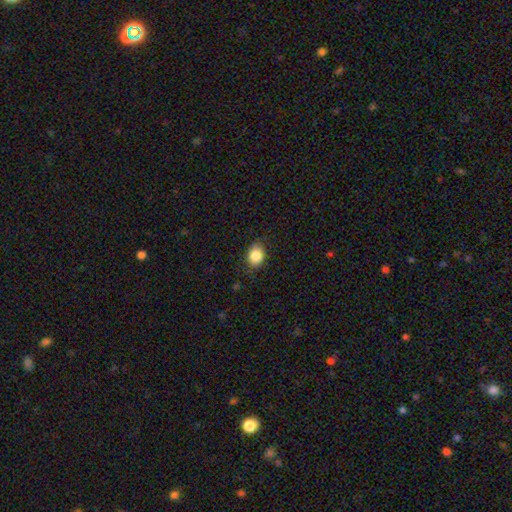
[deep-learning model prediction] Smooth or featured? Predicted: smooth (p=0.85). How rounded? Predicted: in between (p=0.62). Merging? Predicted: none (p=0.82).